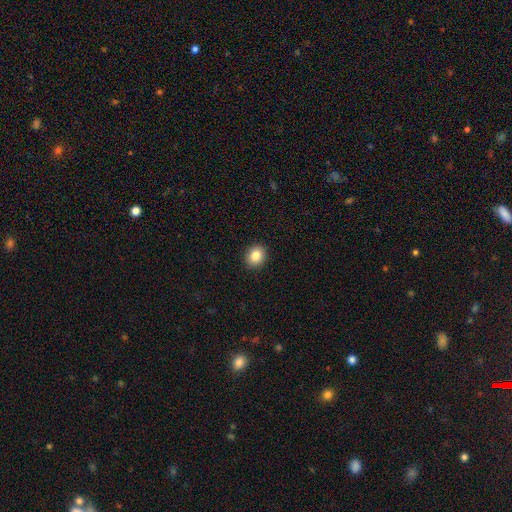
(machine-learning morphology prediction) A smooth galaxy with no disk features (85%) that is round (65%).

Vote fractions:
- Smooth or featured? smooth: 85% / star or artifact: 9% / featured or disk: 6%
- How rounded? round: 65% / in between: 34% / cigar-shaped: 1%
- Merging? none: 91% / minor disturbance: 6% / major disturbance: 2% / merger: 1%